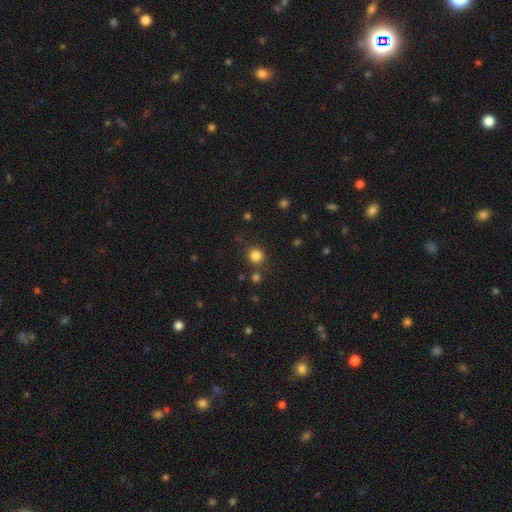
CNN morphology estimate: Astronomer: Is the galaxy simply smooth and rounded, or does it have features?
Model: smooth — 83%.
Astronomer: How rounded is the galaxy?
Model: round — 92%.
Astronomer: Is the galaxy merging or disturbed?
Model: none — 84%.